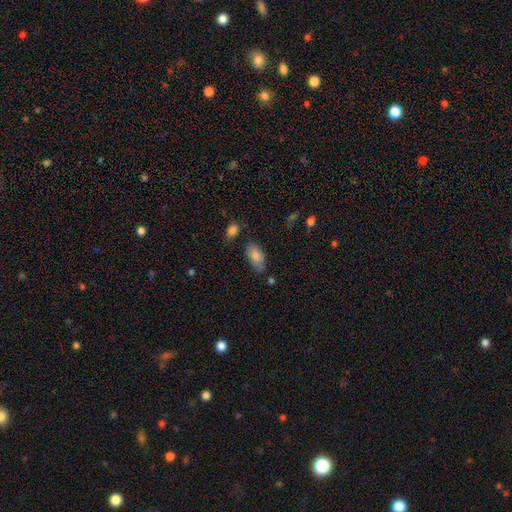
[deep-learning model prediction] Smooth or featured: smooth — 80% (featured or disk — 13%)
How rounded: in between — 93% (round — 4%)
Merging: none — 61% (minor disturbance — 27%)